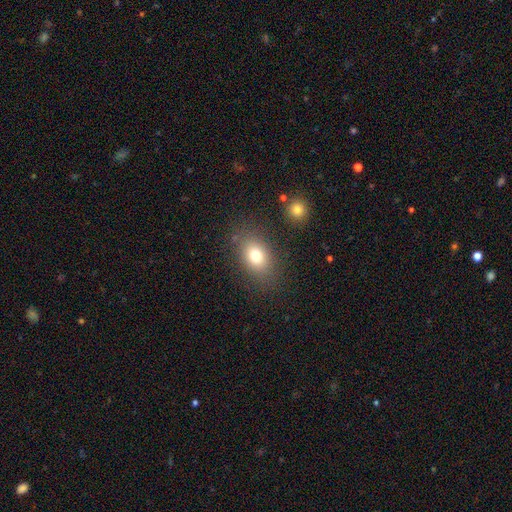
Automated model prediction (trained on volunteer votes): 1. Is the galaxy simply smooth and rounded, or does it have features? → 75% smooth, 13% featured or disk, 12% star or artifact.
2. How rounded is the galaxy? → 73% in between, 26% round, 1% cigar-shaped.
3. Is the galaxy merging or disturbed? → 80% none, 12% minor disturbance, 5% major disturbance, 3% merger.